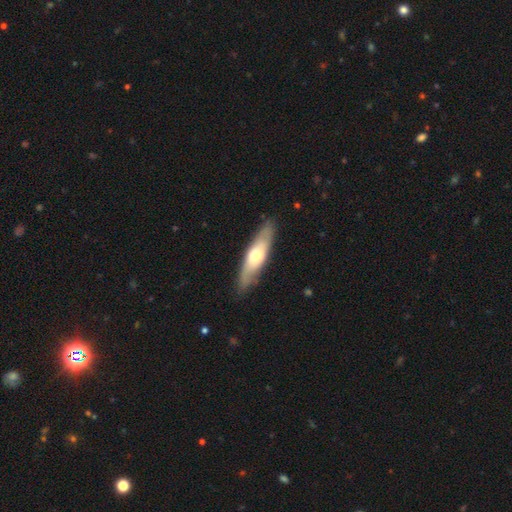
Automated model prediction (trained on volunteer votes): Smooth or featured: smooth — 50% (featured or disk — 45%)
How rounded: cigar-shaped — 61% (in between — 37%)
Merging: none — 85% (minor disturbance — 12%)